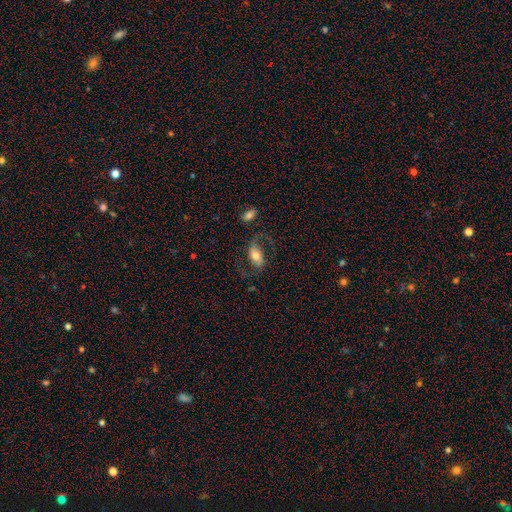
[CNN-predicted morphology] Smooth or featured?
  - featured or disk: 53% *
  - smooth: 39%
  - star or artifact: 8%
Edge-on disk?
  - no: 93% *
  - yes: 7%
Merging?
  - none: 64% *
  - minor disturbance: 17%
  - major disturbance: 17%
  - merger: 3%